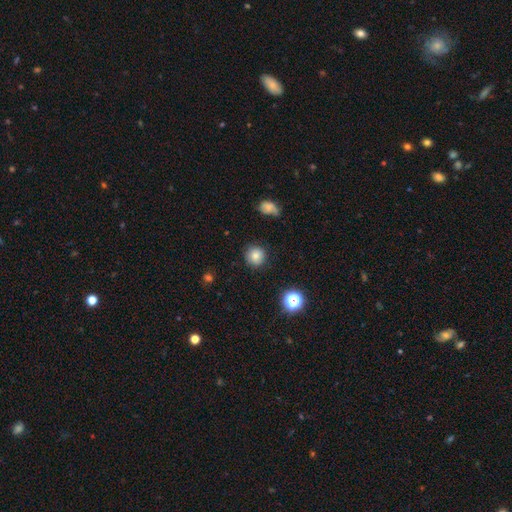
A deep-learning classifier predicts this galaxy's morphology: smooth_or_featured: smooth (p=0.80) [alt: star or artifact p=0.13]
how_rounded: round (p=0.92) [alt: in between p=0.07]
merging: none (p=0.85) [alt: minor disturbance p=0.10]